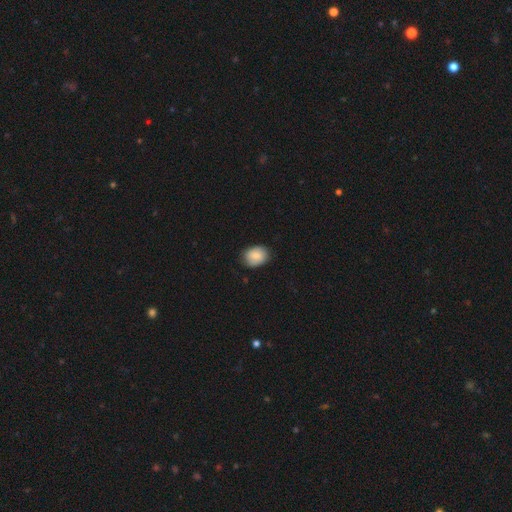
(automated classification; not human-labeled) smooth_or_featured: smooth (p=0.81) [alt: featured or disk p=0.12]
how_rounded: in between (p=0.56) [alt: round p=0.44]
merging: none (p=0.80) [alt: minor disturbance p=0.16]